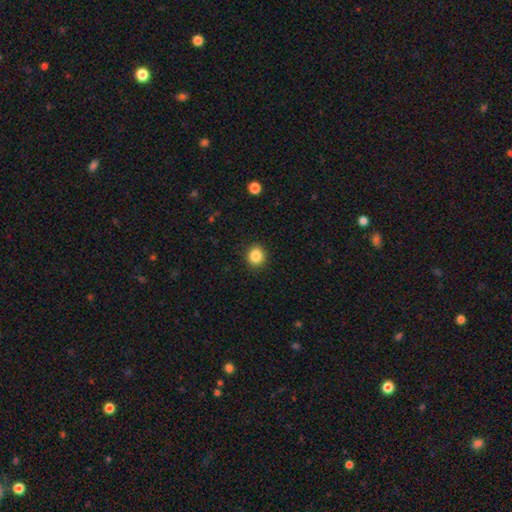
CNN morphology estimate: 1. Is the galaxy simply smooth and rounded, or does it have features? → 86% smooth, 10% star or artifact, 4% featured or disk.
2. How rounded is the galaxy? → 84% round, 16% in between, 1% cigar-shaped.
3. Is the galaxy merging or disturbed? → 91% none, 6% minor disturbance, 2% major disturbance, 1% merger.